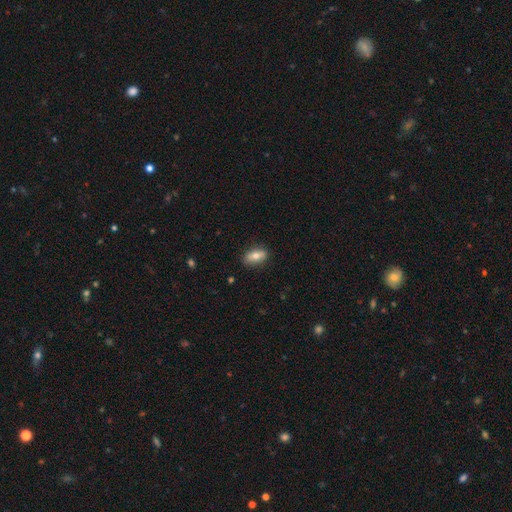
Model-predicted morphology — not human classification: A smooth galaxy with no disk features (73%) that is in between round and cigar-shaped (84%).

Vote fractions:
- Smooth or featured? smooth: 73% / featured or disk: 20% / star or artifact: 7%
- How rounded? in between: 84% / cigar-shaped: 10% / round: 5%
- Merging? none: 86% / minor disturbance: 11% / major disturbance: 2% / merger: 1%